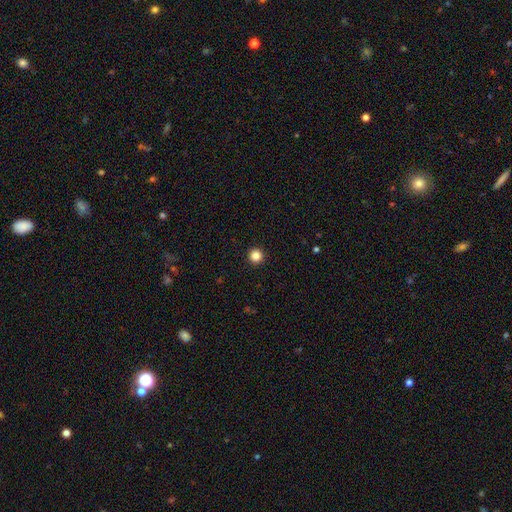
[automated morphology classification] Smooth or featured?
  - smooth: 85% *
  - star or artifact: 11%
  - featured or disk: 4%
How rounded?
  - round: 97% *
  - in between: 2%
  - cigar-shaped: 1%
Merging?
  - none: 94% *
  - minor disturbance: 3%
  - major disturbance: 1%
  - merger: 1%